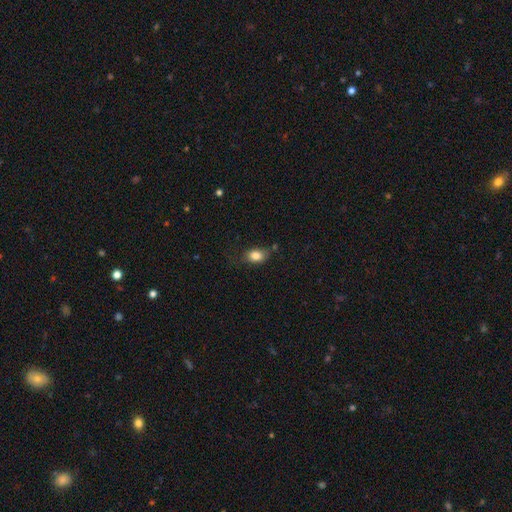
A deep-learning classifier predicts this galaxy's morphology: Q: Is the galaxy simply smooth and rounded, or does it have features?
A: smooth — 84%.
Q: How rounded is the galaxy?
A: in between — 80%.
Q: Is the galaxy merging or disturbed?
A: none — 67%.